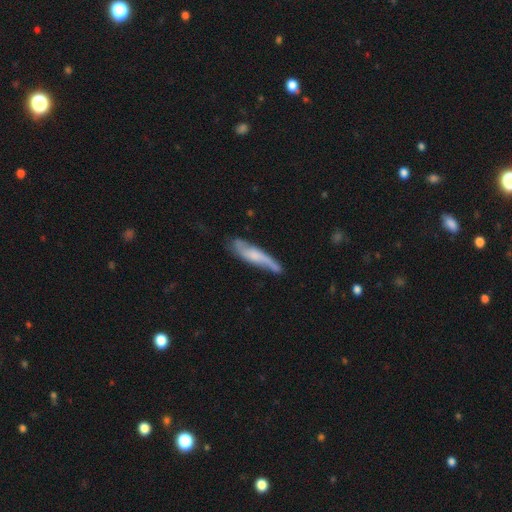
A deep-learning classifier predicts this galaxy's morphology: This appears to be a featured or disk galaxy (59%). Merging: none (59%).